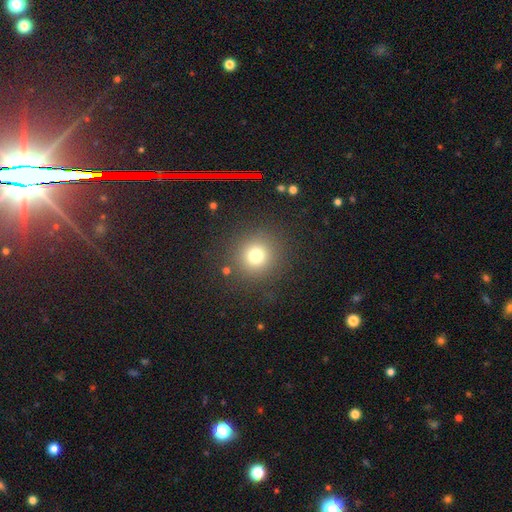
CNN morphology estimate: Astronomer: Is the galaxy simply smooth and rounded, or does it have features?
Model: smooth — 74%.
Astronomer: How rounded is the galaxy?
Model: round — 93%.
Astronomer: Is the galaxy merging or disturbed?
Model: none — 87%.